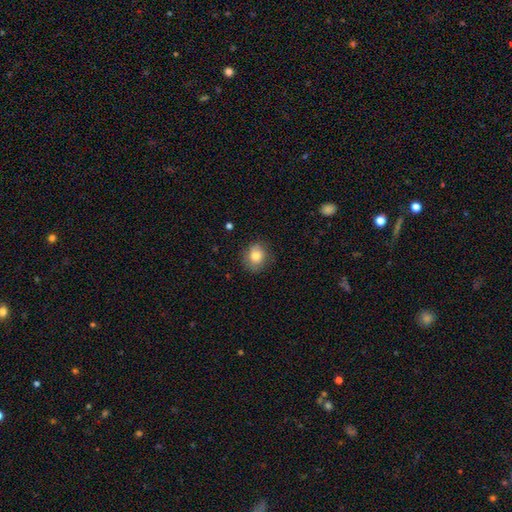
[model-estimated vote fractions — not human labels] Q: Smooth or featured?
A: smooth (80%); runner-up: featured or disk (11%)
Q: How rounded?
A: round (69%); runner-up: in between (30%)
Q: Merging?
A: none (80%); runner-up: minor disturbance (15%)